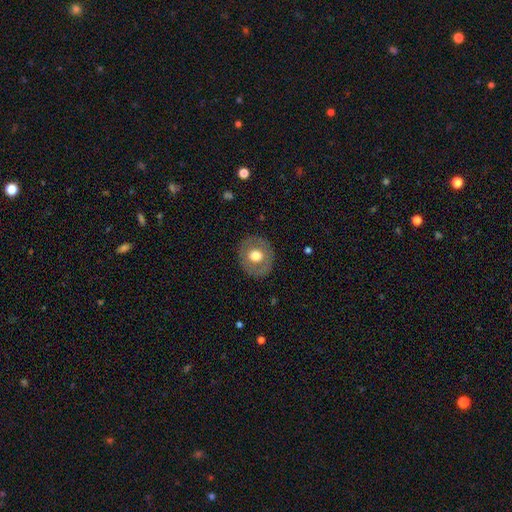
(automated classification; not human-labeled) Overall: smooth (60%; featured or disk 33%). How rounded: round (83%). Merging: none (86%).